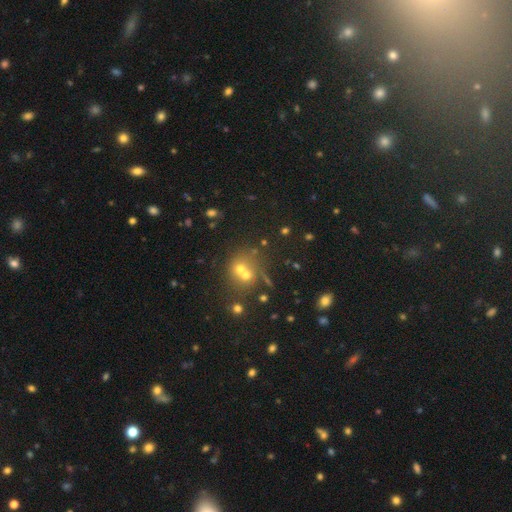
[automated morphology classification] Smooth or featured? Predicted: smooth (p=0.49). Merging? Predicted: none (p=0.44).